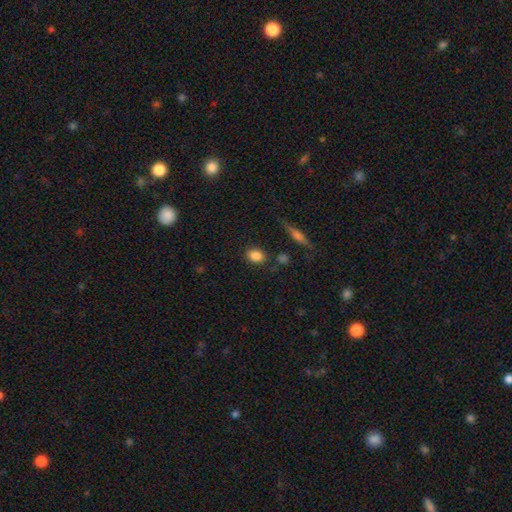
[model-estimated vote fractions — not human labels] smooth 85%, star or artifact 8%, featured or disk 6%. Down the decision tree: how rounded — in between (59%); merging — none (82%).